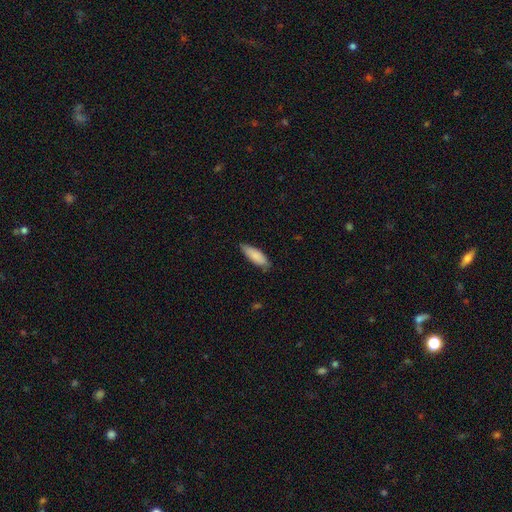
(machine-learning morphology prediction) This appears to be a smooth galaxy with no disk features (86%) that is in between round and cigar-shaped (58%). Merging: none (81%).